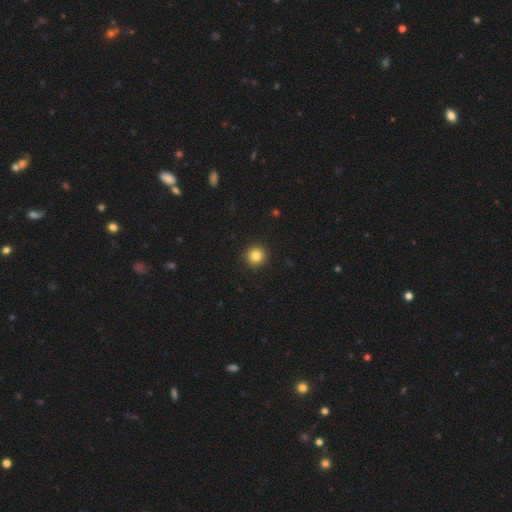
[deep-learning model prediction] smooth 84%, star or artifact 11%, featured or disk 5%. Down the decision tree: how rounded — round (95%); merging — none (93%).